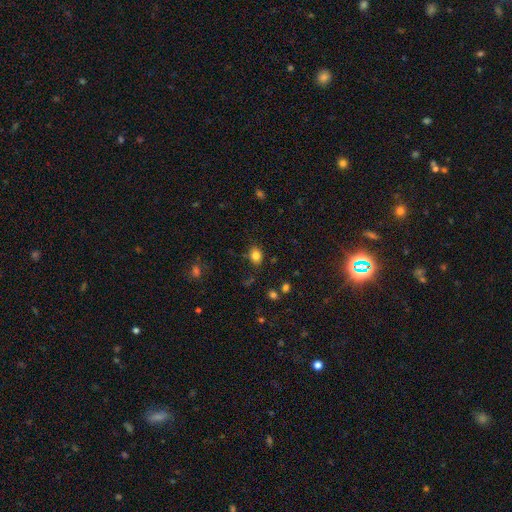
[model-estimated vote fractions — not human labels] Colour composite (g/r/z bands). It shows a smooth galaxy with no disk features (82%) that is in between round and cigar-shaped (55%). Merging: none (81%).